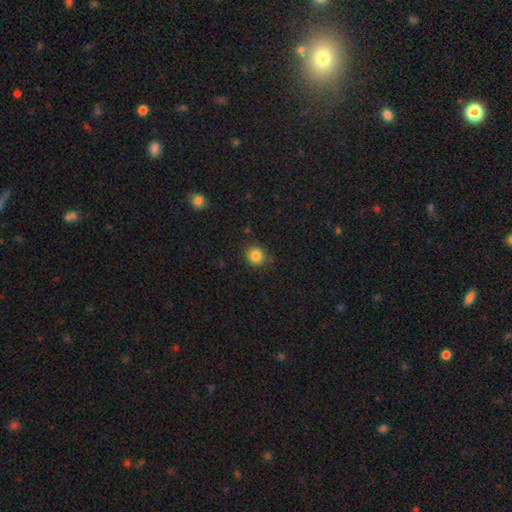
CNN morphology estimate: The model was most divided on "smooth or featured": smooth: 84%, star or artifact: 11%, featured or disk: 5%. More confident: how rounded — round (87%); merging — none (87%).